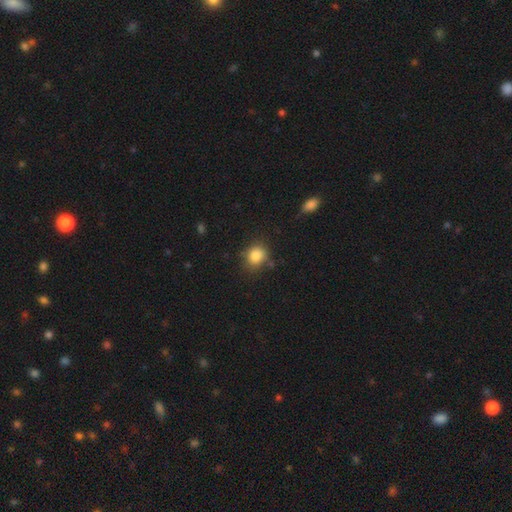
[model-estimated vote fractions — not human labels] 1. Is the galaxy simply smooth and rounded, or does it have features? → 84% smooth, 10% star or artifact, 6% featured or disk.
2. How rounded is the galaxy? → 63% round, 36% in between, 1% cigar-shaped.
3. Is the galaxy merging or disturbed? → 73% none, 18% minor disturbance, 5% major disturbance, 4% merger.